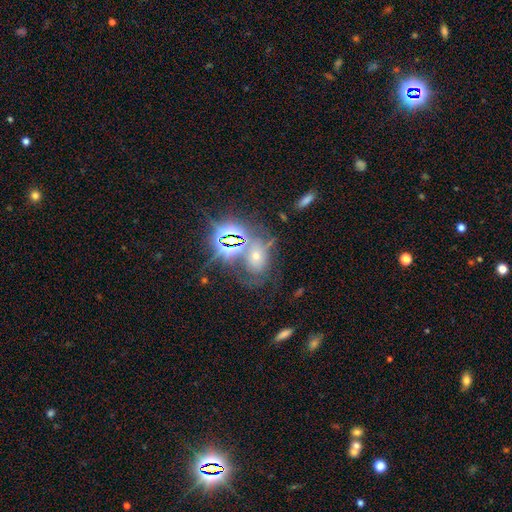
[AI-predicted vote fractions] Q: Smooth or featured?
A: star or artifact (51%); runner-up: featured or disk (28%)